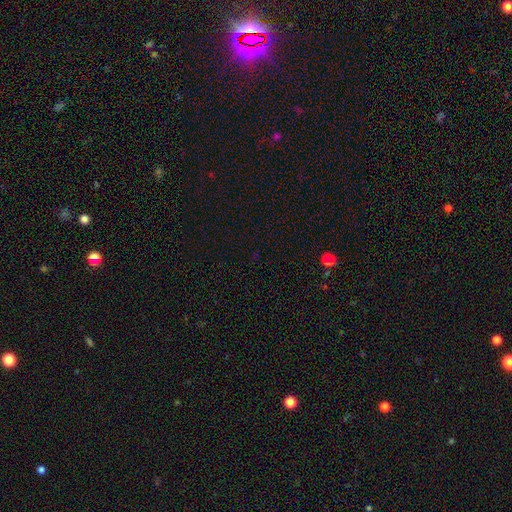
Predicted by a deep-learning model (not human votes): Smooth or featured? star or artifact (69%)